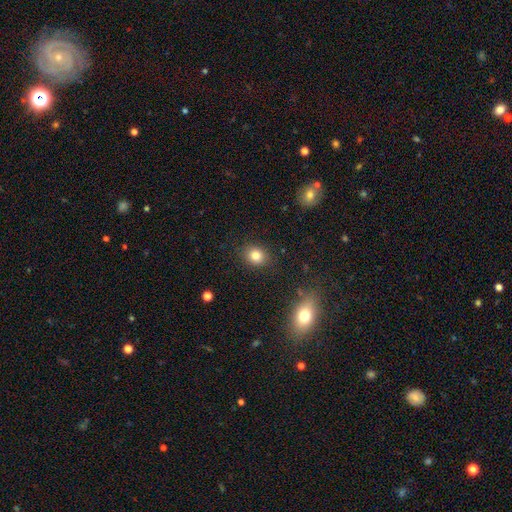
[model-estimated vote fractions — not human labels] Overall: smooth (82%). How rounded: round (70%). Merging: none (88%).